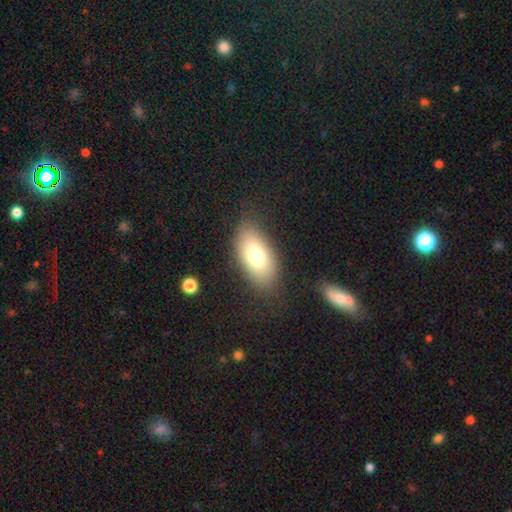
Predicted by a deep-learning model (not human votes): smooth 74%, featured or disk 16%, star or artifact 9%. Down the decision tree: how rounded — in between (91%); merging — none (81%).